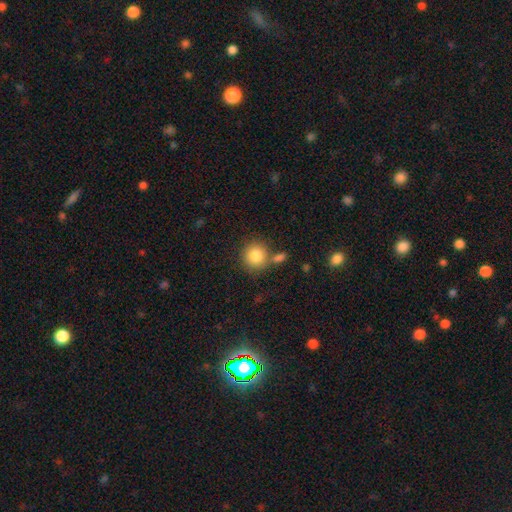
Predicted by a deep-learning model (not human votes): A smooth galaxy with no disk features (84%) that is round (89%). Merging: none (66%).